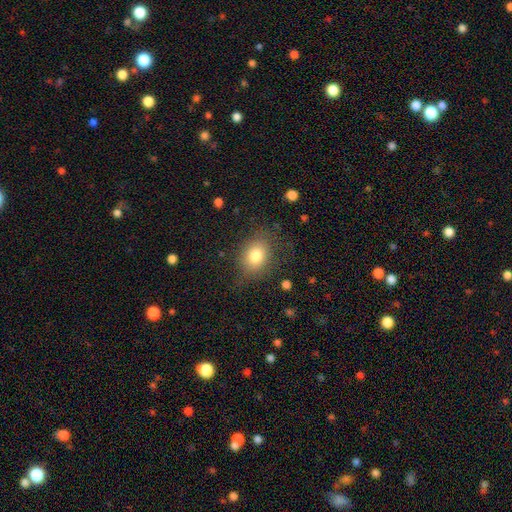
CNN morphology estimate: Overall: smooth (79%). How rounded: in between (56%; round 43%). Merging: none (75%).